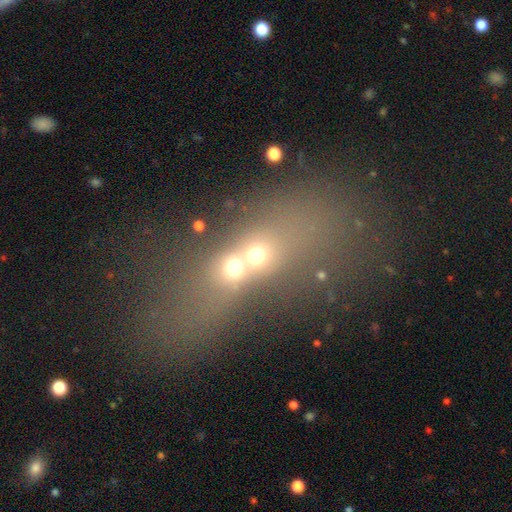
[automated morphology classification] Q: Smooth or featured?
A: smooth (43%); runner-up: featured or disk (32%)
Q: Merging?
A: merger (74%); runner-up: none (16%)